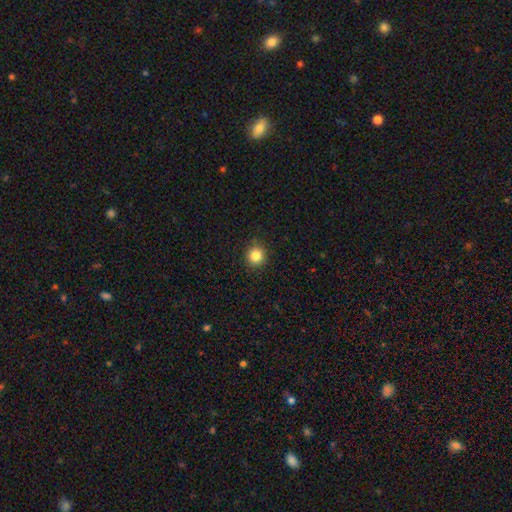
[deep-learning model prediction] smooth_or_featured: smooth (p=0.85) [alt: star or artifact p=0.11]
how_rounded: round (p=0.93) [alt: in between p=0.06]
merging: none (p=0.89) [alt: minor disturbance p=0.08]